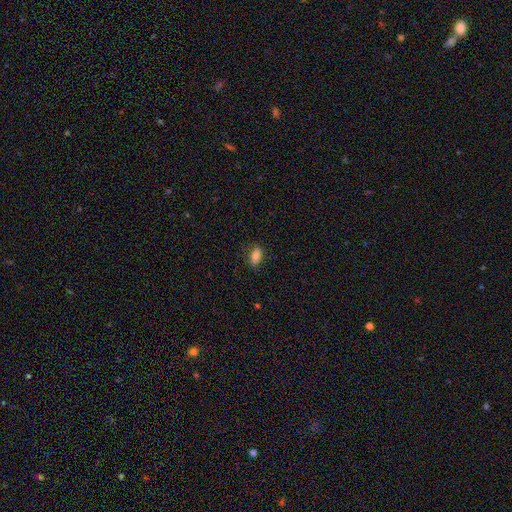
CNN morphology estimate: Smooth or featured?
  - smooth: 81% *
  - featured or disk: 10%
  - star or artifact: 9%
How rounded?
  - in between: 88% *
  - round: 6%
  - cigar-shaped: 6%
Merging?
  - none: 82% *
  - minor disturbance: 14%
  - major disturbance: 3%
  - merger: 1%